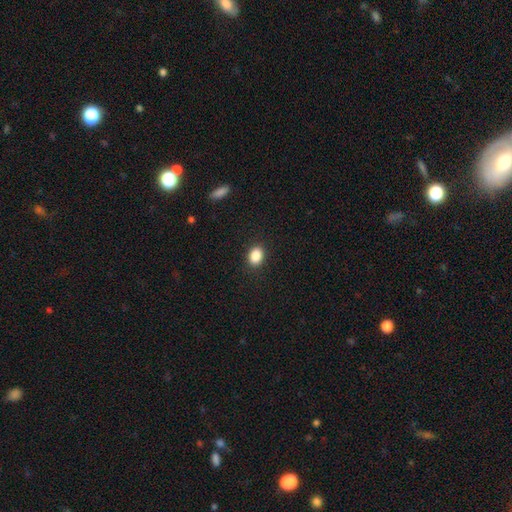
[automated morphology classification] Q: Smooth or featured?
A: smooth (87%); runner-up: star or artifact (9%)
Q: How rounded?
A: in between (67%); runner-up: round (32%)
Q: Merging?
A: none (89%); runner-up: minor disturbance (7%)